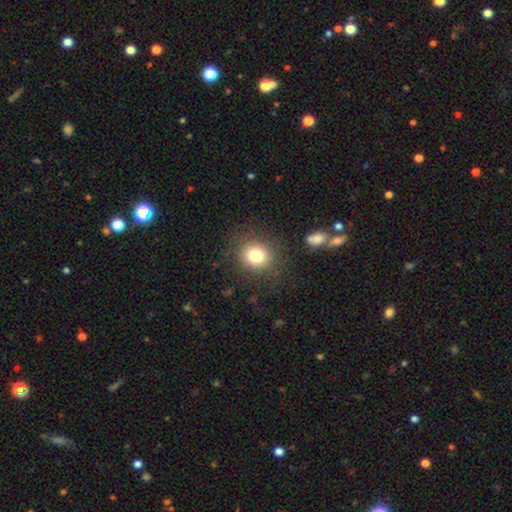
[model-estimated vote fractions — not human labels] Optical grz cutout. It shows a smooth galaxy with no disk features (79%) that is round (78%). Merging: none (85%).